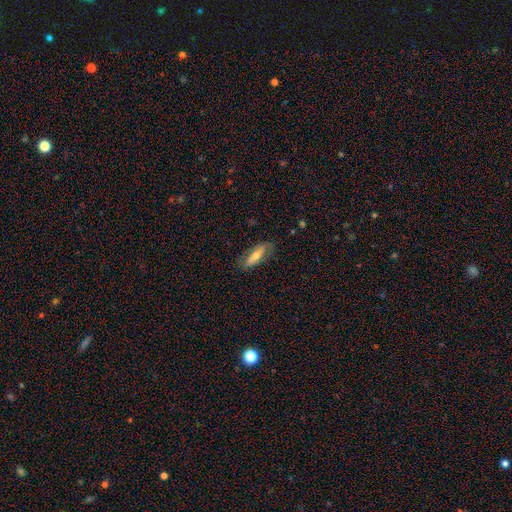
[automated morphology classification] This is possibly a smooth galaxy (48%). Merging: likely none (79%).